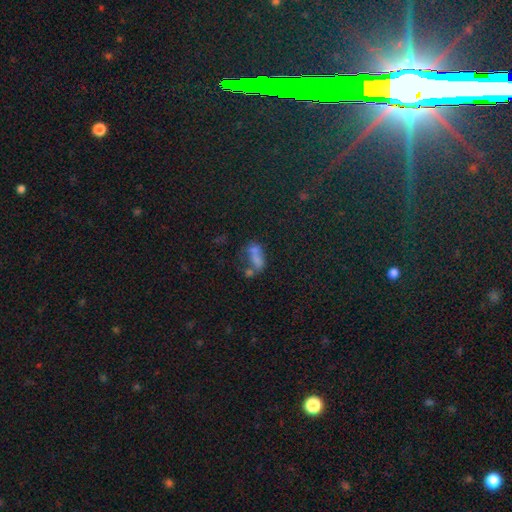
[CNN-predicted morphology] This is possibly a smooth galaxy (57%). How rounded: likely in between (78%). Merging: possibly merger (51%).